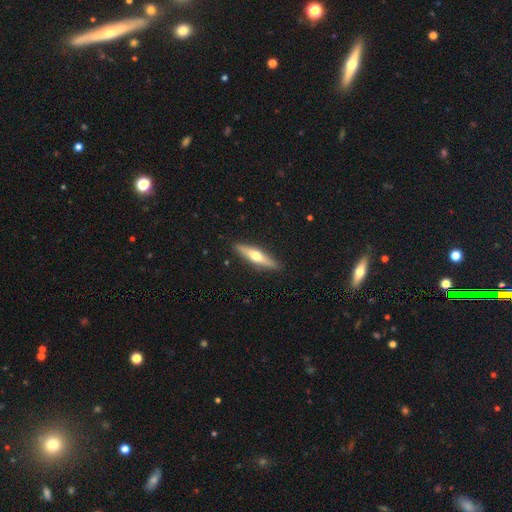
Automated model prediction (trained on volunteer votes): A featured or disk galaxy (52%) viewed edge-on (92%).

Vote fractions:
- Smooth or featured? featured or disk: 52% / smooth: 43% / star or artifact: 6%
- Edge-on disk? yes: 92% / no: 8%
- Merging? none: 90% / minor disturbance: 8% / major disturbance: 2% / merger: 1%